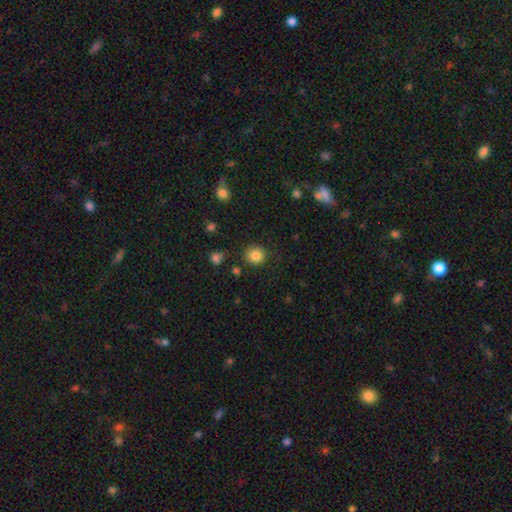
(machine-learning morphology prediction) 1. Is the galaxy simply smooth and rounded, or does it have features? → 84% smooth, 11% star or artifact, 5% featured or disk.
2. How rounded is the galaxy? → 87% round, 12% in between, 1% cigar-shaped.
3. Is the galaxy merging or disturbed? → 85% none, 10% minor disturbance, 3% major disturbance, 2% merger.